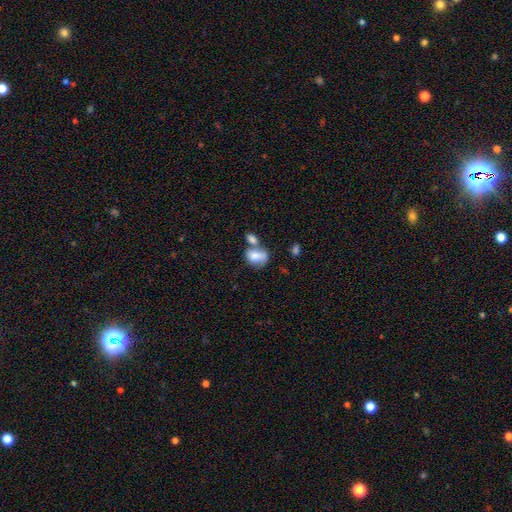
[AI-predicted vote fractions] A smooth galaxy with no disk features (76%) that is in between round and cigar-shaped (75%). Merging: merger (51%).